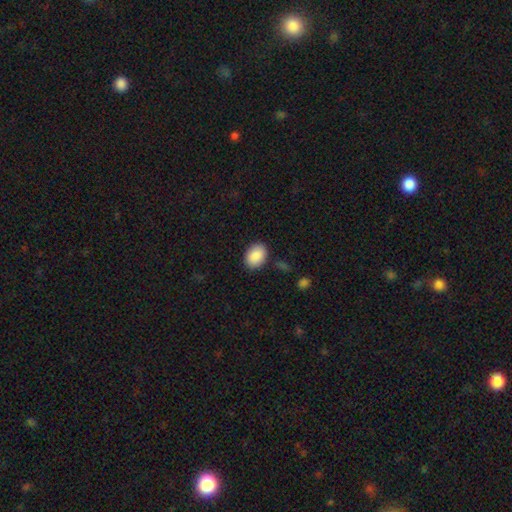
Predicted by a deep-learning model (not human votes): Smooth or featured? Predicted: smooth (p=0.90). How rounded? Predicted: in between (p=0.75). Merging? Predicted: none (p=0.86).